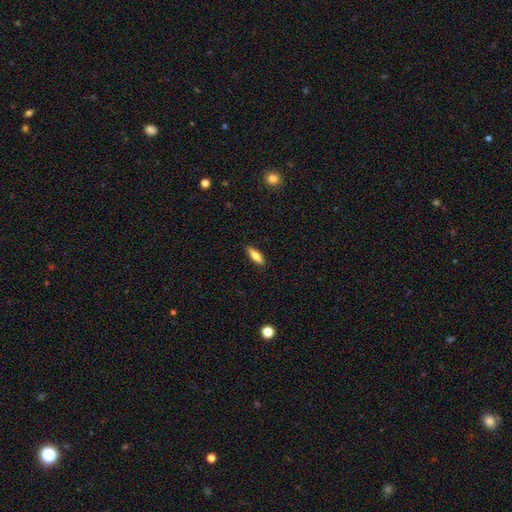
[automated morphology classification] Smooth or featured? Predicted: smooth (p=0.72). How rounded? Predicted: cigar-shaped (p=0.53). Merging? Predicted: none (p=0.87).